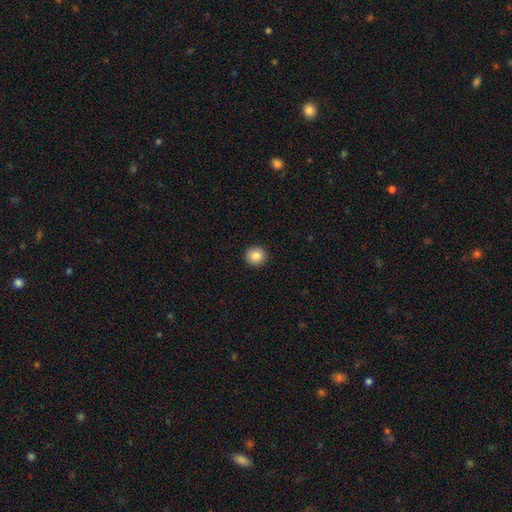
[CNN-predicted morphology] Smooth or featured? Predicted: smooth (p=0.86). How rounded? Predicted: round (p=0.93). Merging? Predicted: none (p=0.93).